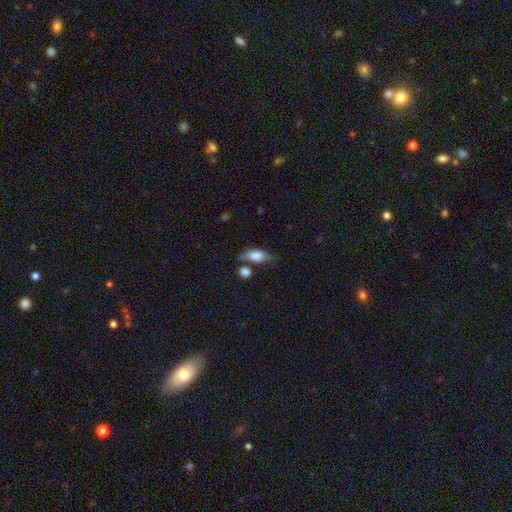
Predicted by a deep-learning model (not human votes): This appears to be a smooth galaxy with no disk features (72%) that is in between round and cigar-shaped (79%). Merging: none (52%).